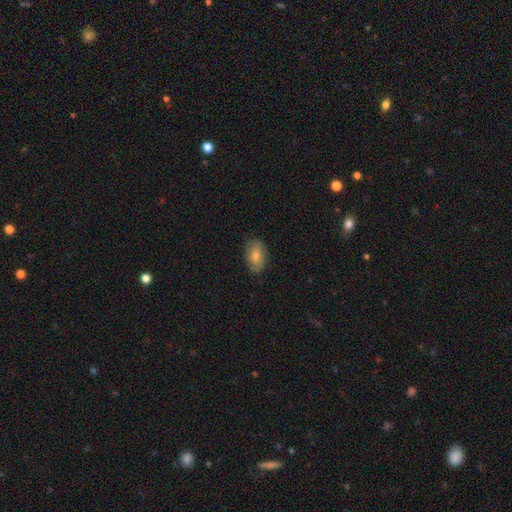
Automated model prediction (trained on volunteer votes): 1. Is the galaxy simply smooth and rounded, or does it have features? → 57% smooth, 32% featured or disk, 11% star or artifact.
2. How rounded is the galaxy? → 89% in between, 8% round, 2% cigar-shaped.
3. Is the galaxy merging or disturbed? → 81% none, 15% minor disturbance, 3% major disturbance, 1% merger.